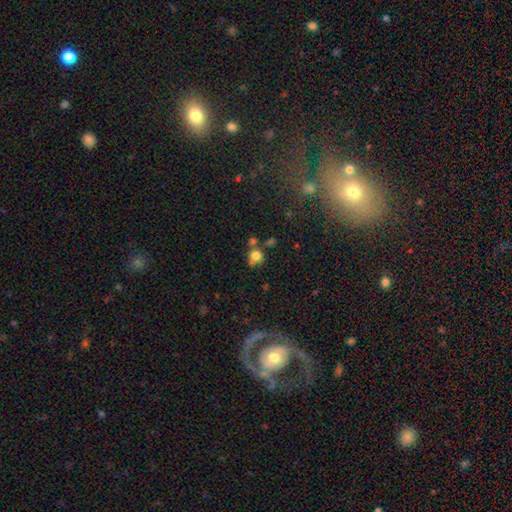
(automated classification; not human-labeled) The model was most divided on "merging": none: 57%, merger: 25%, minor disturbance: 13%, major disturbance: 5%. More confident: how rounded — round (86%); smooth or featured — smooth (77%).